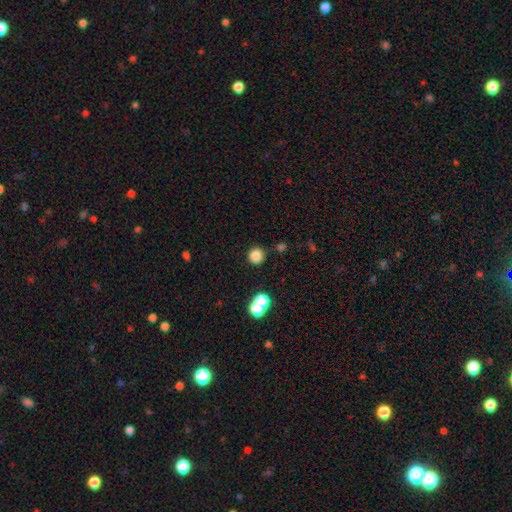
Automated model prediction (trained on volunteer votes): This appears to be a smooth galaxy with no disk features (81%) that is round (93%). Merging: none (83%).